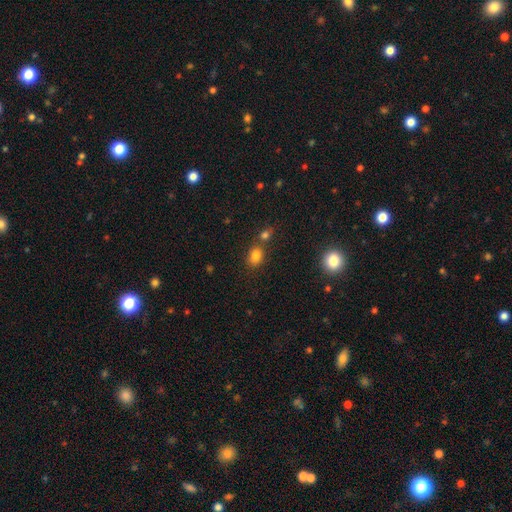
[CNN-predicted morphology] smooth_or_featured: smooth (p=0.81) [alt: star or artifact p=0.13]
how_rounded: in between (p=0.59) [alt: round p=0.39]
merging: none (p=0.60) [alt: merger p=0.26]